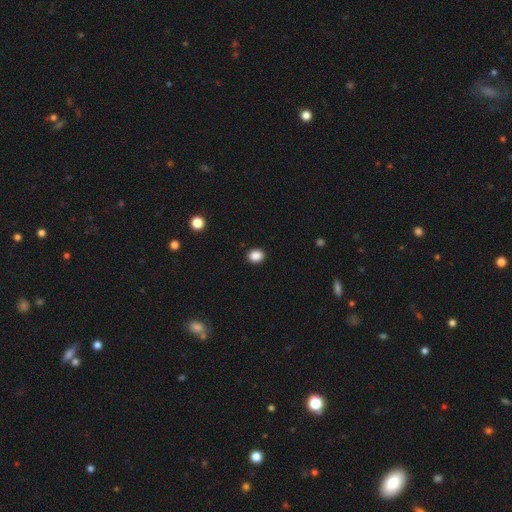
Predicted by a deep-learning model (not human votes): Smooth or featured? smooth (88%)
How rounded? round (54%)
Merging? none (91%)